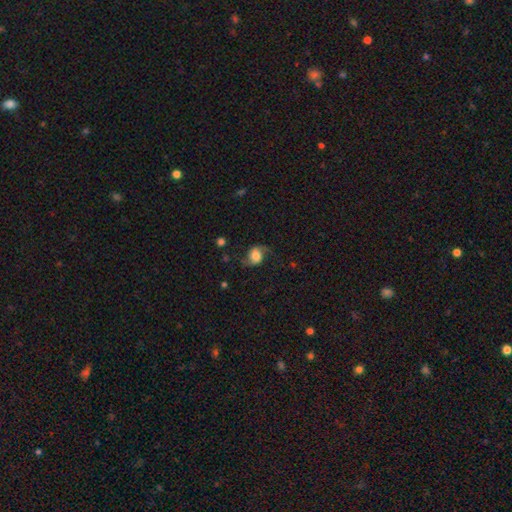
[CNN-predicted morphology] This appears to be a featured or disk galaxy (52%). Merging: none (65%).